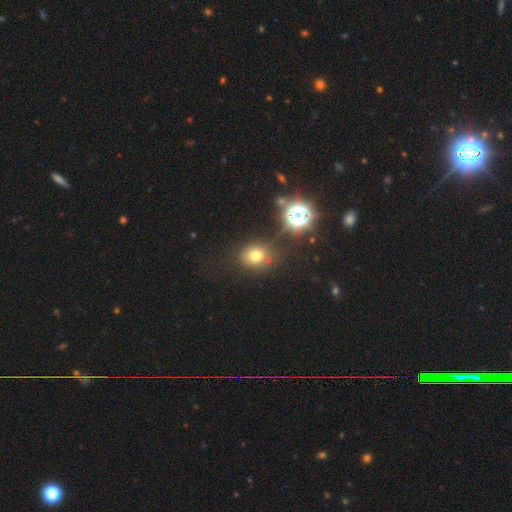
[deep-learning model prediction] The model was most divided on "how rounded": round: 70%, in between: 29%, cigar-shaped: 1%. More confident: merging — none (74%); smooth or featured — smooth (69%).